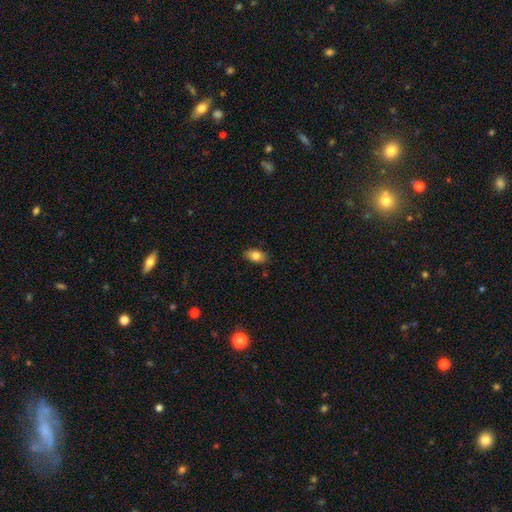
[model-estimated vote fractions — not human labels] This is clearly a smooth galaxy (82%). How rounded: clearly in between (90%). Merging: clearly none (86%).